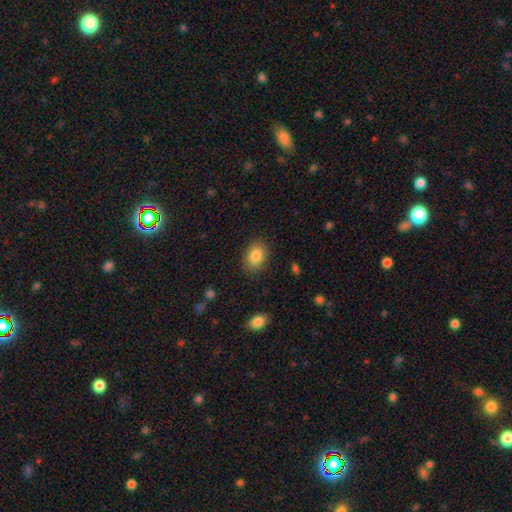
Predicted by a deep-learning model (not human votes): Morphology: type=smooth (85%); roundness=in between (81%); merging=none (85%).